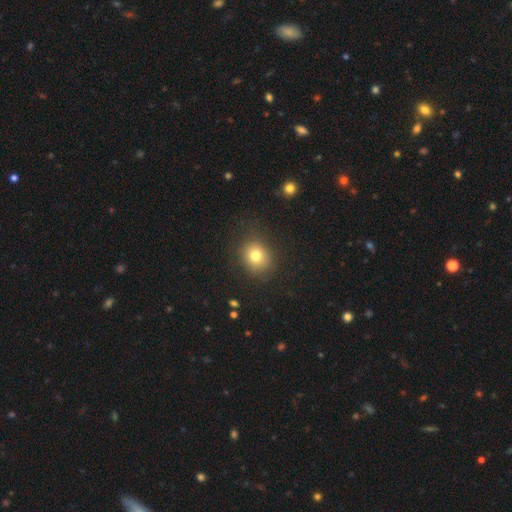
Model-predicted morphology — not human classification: A smooth galaxy with no disk features (77%) that is round (74%). Merging: none (83%).